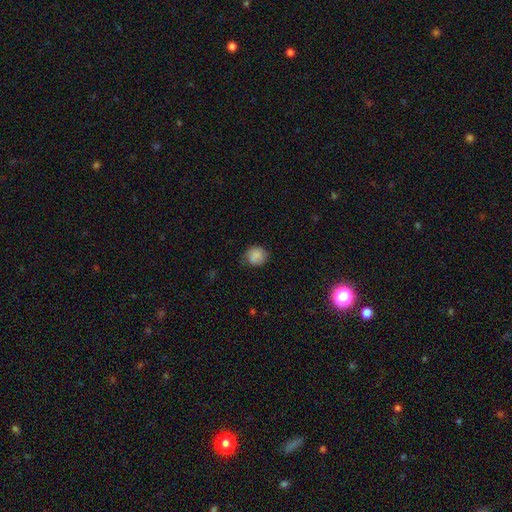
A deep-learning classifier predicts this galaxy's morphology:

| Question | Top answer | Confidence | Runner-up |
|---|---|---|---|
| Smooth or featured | smooth | 83% | star or artifact (9%) |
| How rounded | round | 79% | in between (20%) |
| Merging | none | 63% | minor disturbance (27%) |